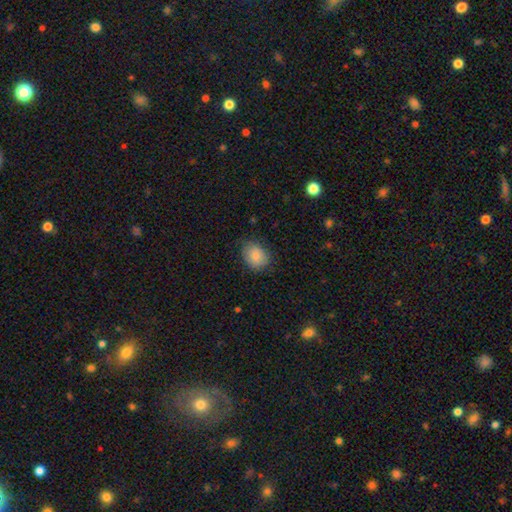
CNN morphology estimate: A smooth galaxy with no disk features (84%) that is in between round and cigar-shaped (52%).

Vote fractions:
- Smooth or featured? smooth: 84% / star or artifact: 8% / featured or disk: 8%
- How rounded? in between: 52% / round: 48% / cigar-shaped: 1%
- Merging? none: 77% / minor disturbance: 18% / major disturbance: 4% / merger: 1%